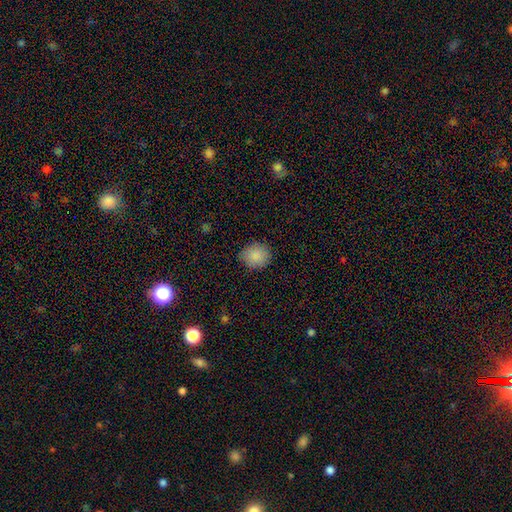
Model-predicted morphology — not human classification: This is clearly a smooth galaxy (88%). How rounded: likely round (75%). Merging: clearly none (85%).